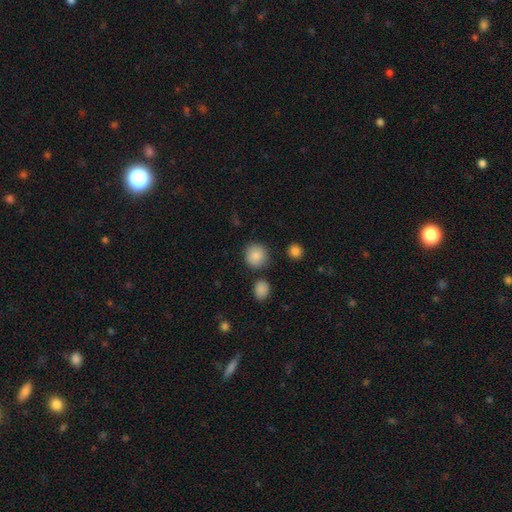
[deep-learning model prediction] The model was most divided on "merging": none: 82%, minor disturbance: 10%, merger: 5%, major disturbance: 3%. More confident: how rounded — round (92%); smooth or featured — smooth (84%).